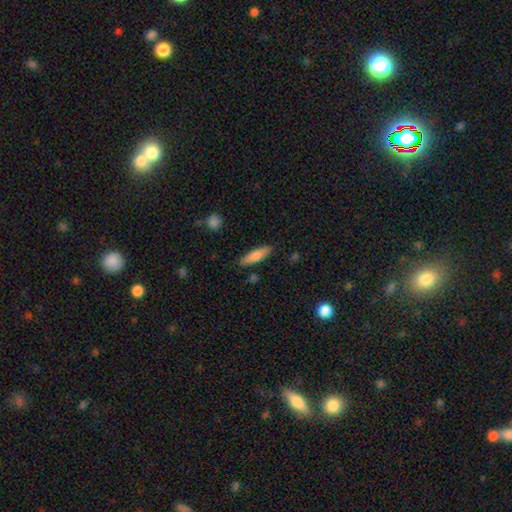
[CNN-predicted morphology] The model was most divided on "how rounded": cigar-shaped: 67%, in between: 31%, round: 2%. More confident: merging — none (86%); smooth or featured — smooth (79%).